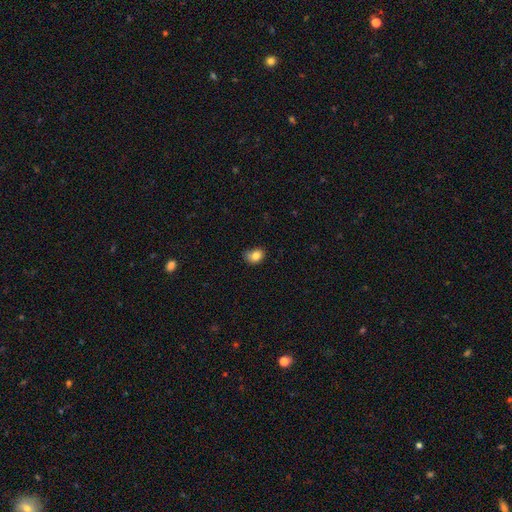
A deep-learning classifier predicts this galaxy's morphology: Overall: smooth (82%). How rounded: in between (61%; round 38%). Merging: none (57%; minor disturbance 33%).